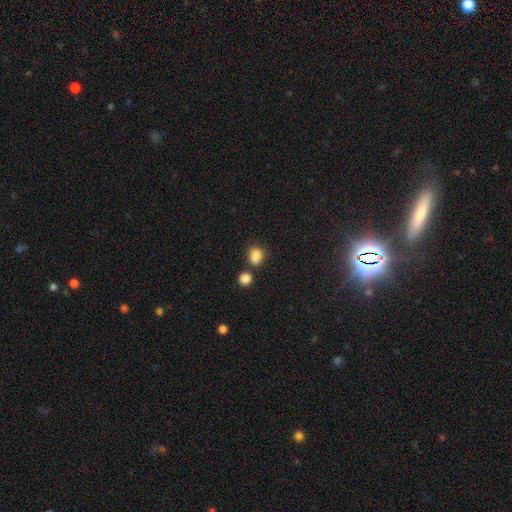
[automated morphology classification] A smooth galaxy with no disk features (83%) that is round (57%). Merging: none (52%).